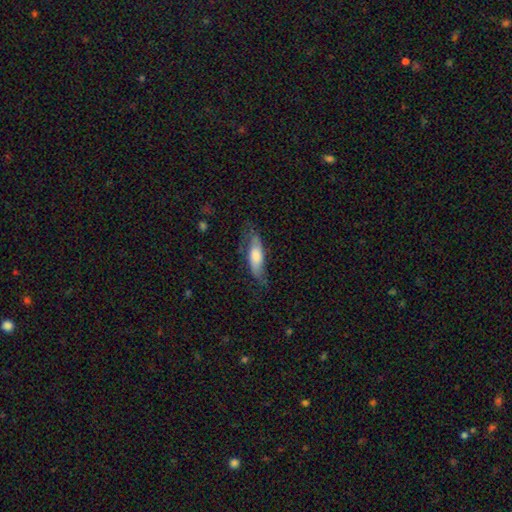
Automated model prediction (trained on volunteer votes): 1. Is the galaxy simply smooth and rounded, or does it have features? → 50% smooth, 42% featured or disk, 7% star or artifact.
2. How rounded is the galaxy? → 51% in between, 47% cigar-shaped, 2% round.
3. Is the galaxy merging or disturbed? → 61% none, 25% minor disturbance, 12% major disturbance, 2% merger.